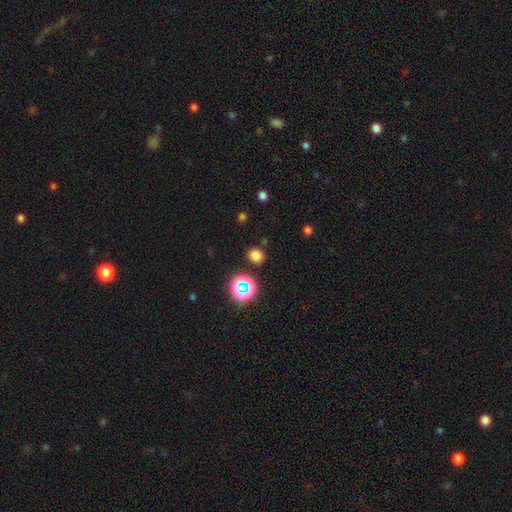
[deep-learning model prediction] A smooth galaxy with no disk features (73%) that is round (70%).

Vote fractions:
- Smooth or featured? smooth: 73% / star or artifact: 22% / featured or disk: 5%
- How rounded? round: 70% / in between: 29% / cigar-shaped: 1%
- Merging? none: 84% / minor disturbance: 9% / merger: 4% / major disturbance: 3%